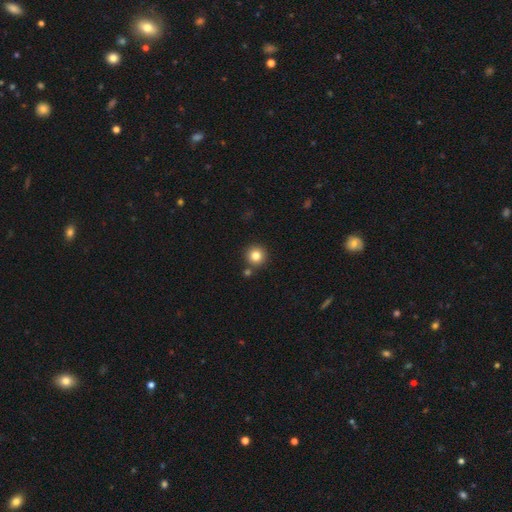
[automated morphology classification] This appears to be a smooth galaxy with no disk features (83%) that is round (95%). Merging: none (83%).